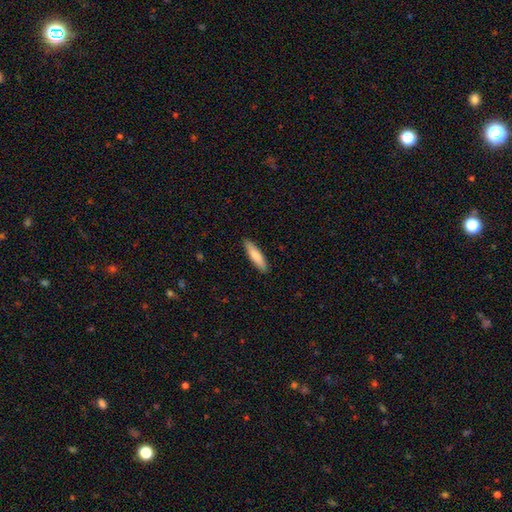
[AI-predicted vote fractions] A smooth galaxy with no disk features (78%) that is cigar-shaped (74%). Merging: none (90%).